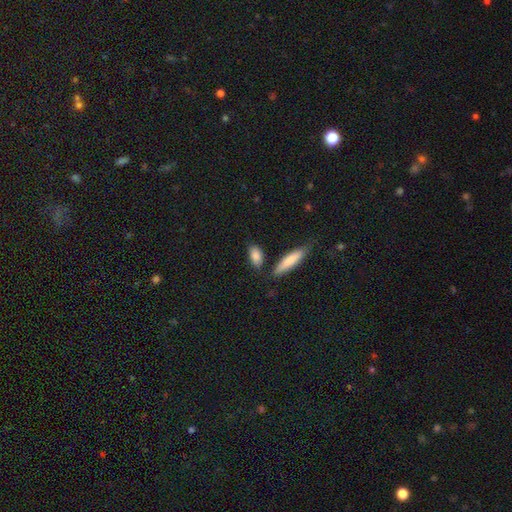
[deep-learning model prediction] Smooth or featured? Predicted: smooth (p=0.85). How rounded? Predicted: in between (p=0.78). Merging? Predicted: none (p=0.77).